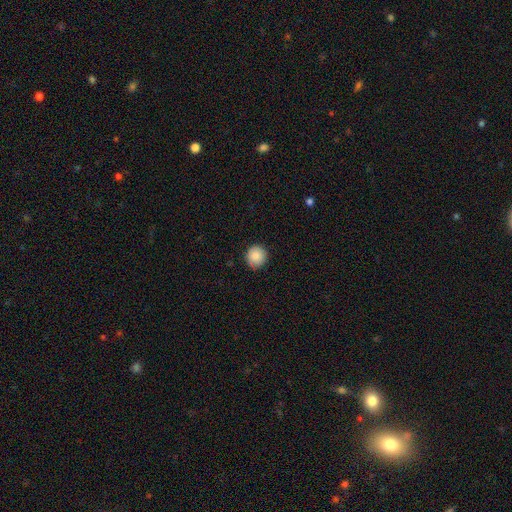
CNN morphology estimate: This appears to be a smooth galaxy with no disk features (87%) that is round (93%). Merging: none (90%).